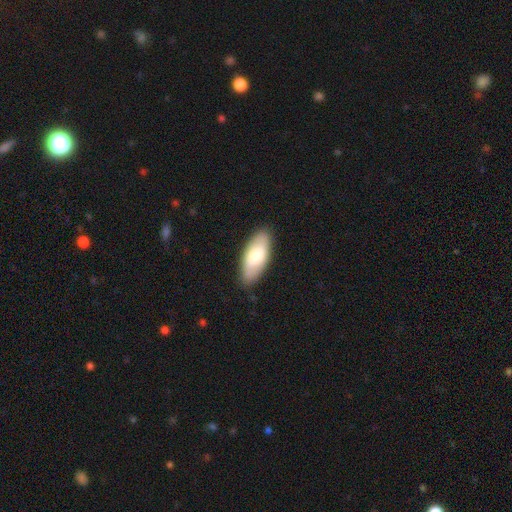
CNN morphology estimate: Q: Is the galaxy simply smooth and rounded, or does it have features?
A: smooth — 71%.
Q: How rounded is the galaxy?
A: in between — 89%.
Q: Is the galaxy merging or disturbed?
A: none — 86%.